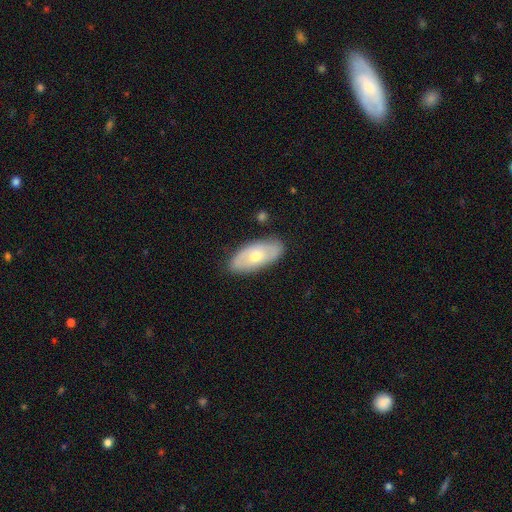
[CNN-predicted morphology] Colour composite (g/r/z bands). It shows a featured or disk galaxy (48%). Merging: none (83%).